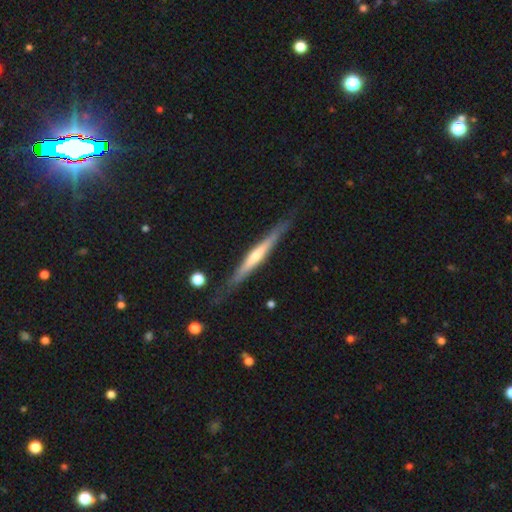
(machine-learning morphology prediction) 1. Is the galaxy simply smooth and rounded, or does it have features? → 70% featured or disk, 25% smooth, 6% star or artifact.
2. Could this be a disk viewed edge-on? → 96% yes, 4% no.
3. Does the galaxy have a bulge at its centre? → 58% rounded, 33% none, 9% boxy.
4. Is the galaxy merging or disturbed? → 83% none, 13% minor disturbance, 2% major disturbance, 2% merger.